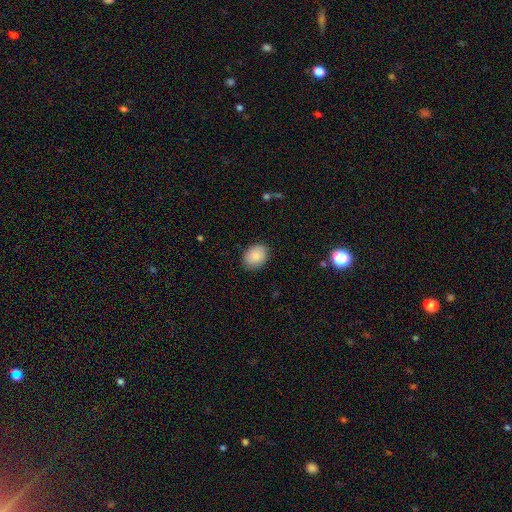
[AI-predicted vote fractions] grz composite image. It shows a smooth galaxy with no disk features (88%) that is in between round and cigar-shaped (66%). Merging: none (86%).